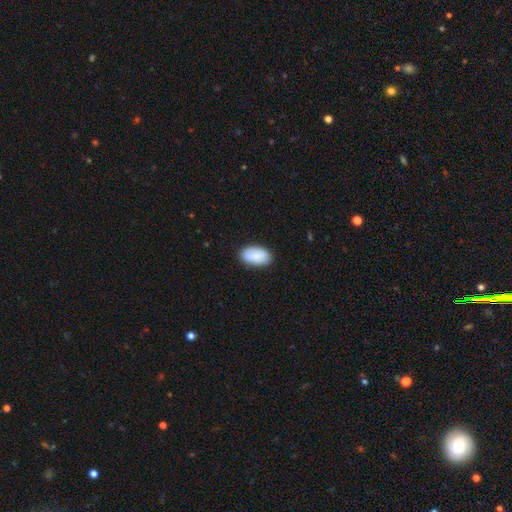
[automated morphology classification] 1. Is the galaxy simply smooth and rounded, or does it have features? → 90% smooth, 6% star or artifact, 4% featured or disk.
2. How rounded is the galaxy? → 95% in between, 3% round, 1% cigar-shaped.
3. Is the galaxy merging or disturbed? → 87% none, 10% minor disturbance, 2% major disturbance, 1% merger.